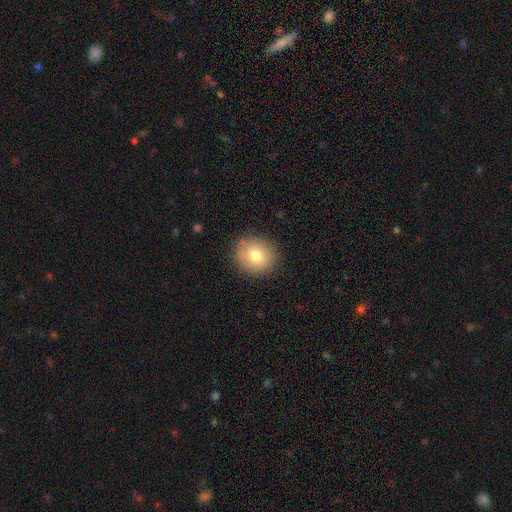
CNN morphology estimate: Smooth or featured? smooth (77%)
How rounded? round (85%)
Merging? none (85%)